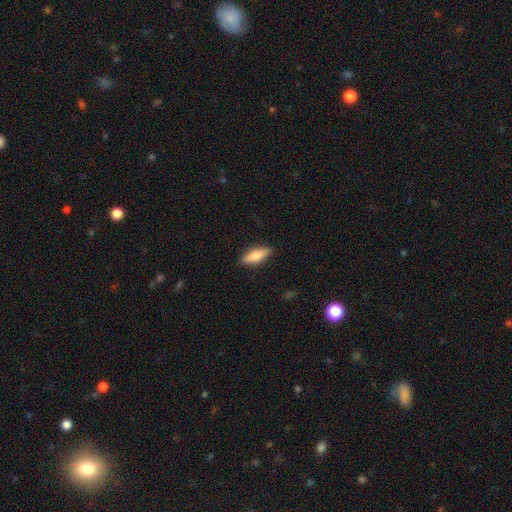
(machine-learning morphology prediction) A smooth galaxy with no disk features (73%) that is in between round and cigar-shaped (53%).

Vote fractions:
- Smooth or featured? smooth: 73% / featured or disk: 22% / star or artifact: 6%
- How rounded? in between: 53% / cigar-shaped: 45% / round: 2%
- Merging? none: 88% / minor disturbance: 9% / major disturbance: 2% / merger: 1%